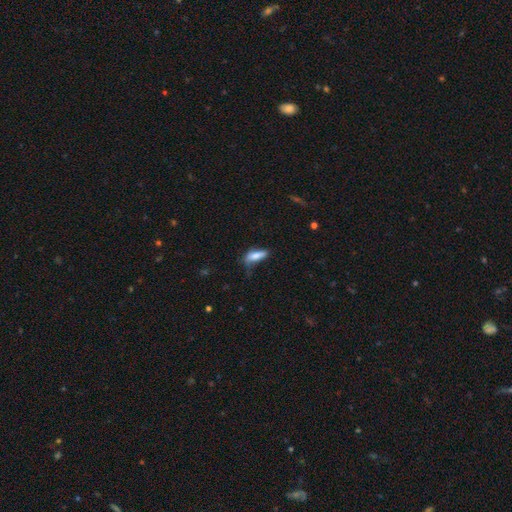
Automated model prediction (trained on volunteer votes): Smooth or featured? smooth (77%)
How rounded? in between (62%)
Merging? none (40%)